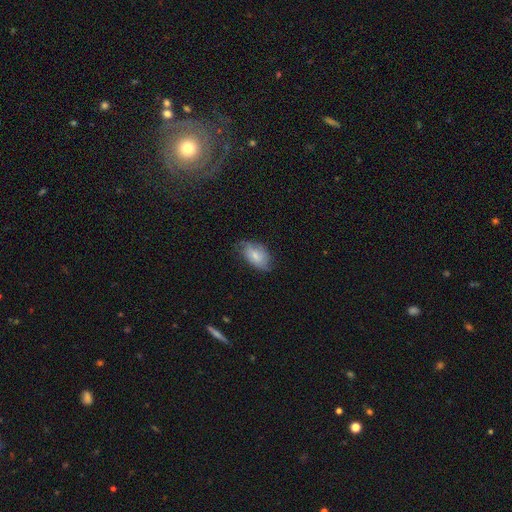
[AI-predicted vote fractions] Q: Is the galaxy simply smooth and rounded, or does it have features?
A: smooth — 57%.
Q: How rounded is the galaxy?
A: in between — 91%.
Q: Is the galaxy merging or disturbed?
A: none — 63%.